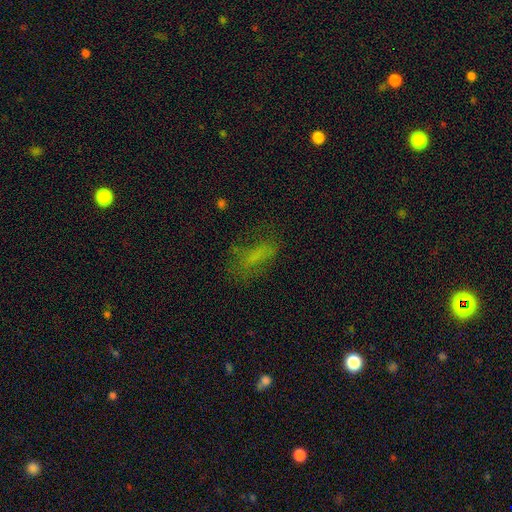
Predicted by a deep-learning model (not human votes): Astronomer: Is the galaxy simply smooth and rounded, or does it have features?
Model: smooth — 60%.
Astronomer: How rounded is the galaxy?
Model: in between — 64%.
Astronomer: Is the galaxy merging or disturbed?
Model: none — 56%.